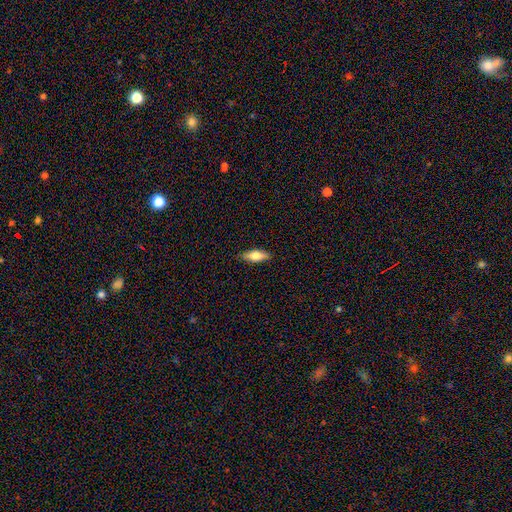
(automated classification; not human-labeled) This is likely a smooth galaxy (69%). How rounded: likely in between (65%). Merging: clearly none (87%).